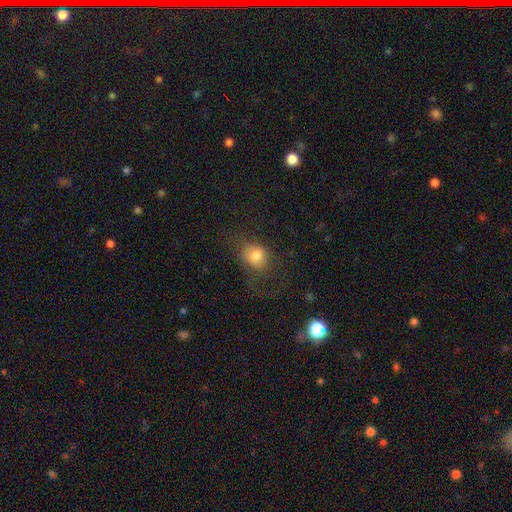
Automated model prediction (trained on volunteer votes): Q: Smooth or featured?
A: smooth (75%); runner-up: featured or disk (13%)
Q: How rounded?
A: round (53%); runner-up: in between (45%)
Q: Merging?
A: none (53%); runner-up: major disturbance (24%)